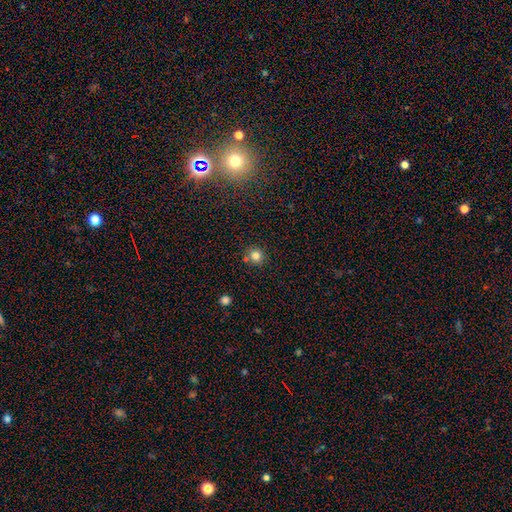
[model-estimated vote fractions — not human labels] A smooth galaxy with no disk features (80%) that is round (91%).

Vote fractions:
- Smooth or featured? smooth: 80% / star or artifact: 13% / featured or disk: 7%
- How rounded? round: 91% / in between: 8% / cigar-shaped: 1%
- Merging? none: 80% / merger: 9% / minor disturbance: 9% / major disturbance: 2%